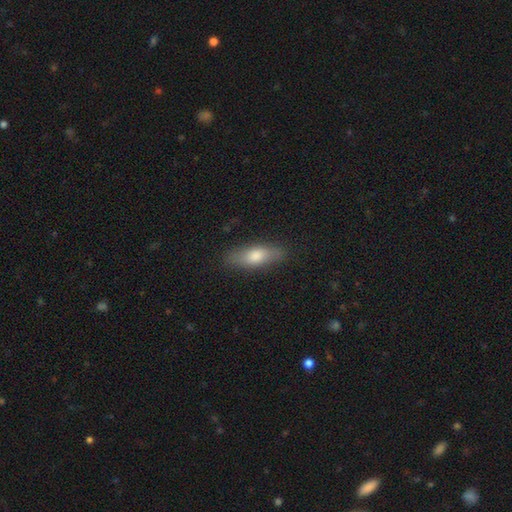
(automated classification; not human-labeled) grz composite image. It shows a smooth galaxy with no disk features (70%) that is in between round and cigar-shaped (58%). Merging: none (85%).